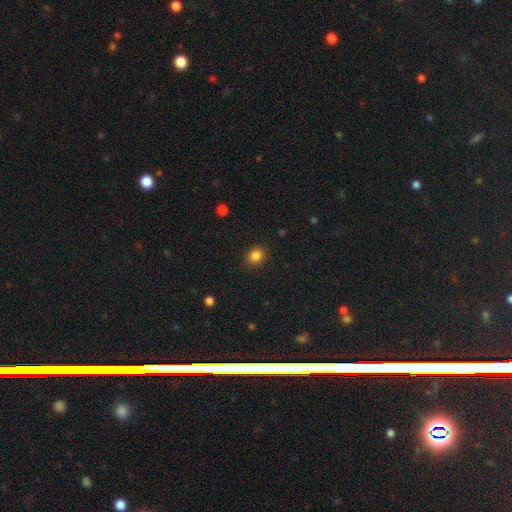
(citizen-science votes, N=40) smooth 85%, star or artifact 10%, featured or disk 5%. Down the decision tree: how rounded — round (82%); merging — none (81%).